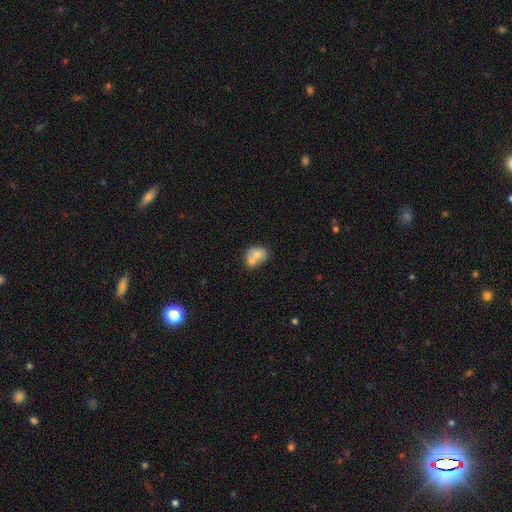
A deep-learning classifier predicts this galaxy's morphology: Smooth or featured?
  - smooth: 66% *
  - featured or disk: 26%
  - star or artifact: 9%
How rounded?
  - round: 55% *
  - in between: 44%
  - cigar-shaped: 1%
Merging?
  - merger: 63% *
  - none: 25%
  - minor disturbance: 9%
  - major disturbance: 3%